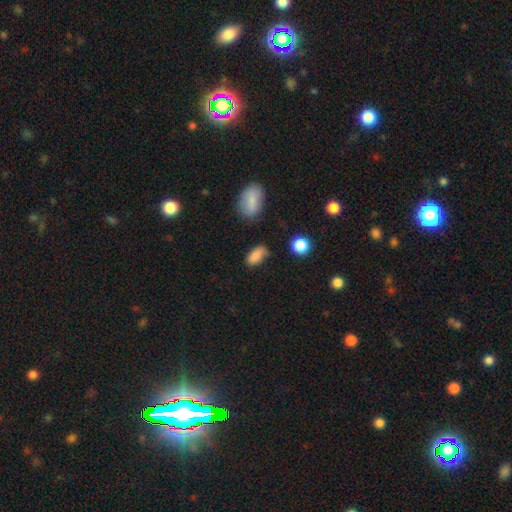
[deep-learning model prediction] The model was most divided on "merging": none: 62%, minor disturbance: 27%, major disturbance: 7%, merger: 4%. More confident: how rounded — in between (91%); smooth or featured — smooth (84%).